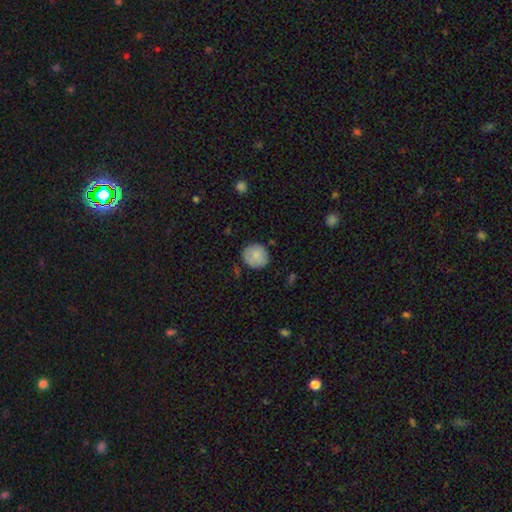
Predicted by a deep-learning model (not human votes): Smooth or featured?
  - smooth: 85% *
  - featured or disk: 8%
  - star or artifact: 7%
How rounded?
  - round: 89% *
  - in between: 10%
  - cigar-shaped: 1%
Merging?
  - none: 81% *
  - minor disturbance: 14%
  - major disturbance: 3%
  - merger: 2%